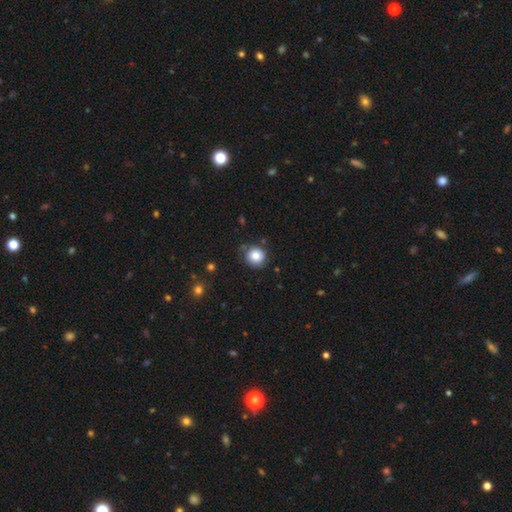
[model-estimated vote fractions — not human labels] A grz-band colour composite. It shows a smooth galaxy with no disk features (84%) that is round (91%). Merging: none (81%).